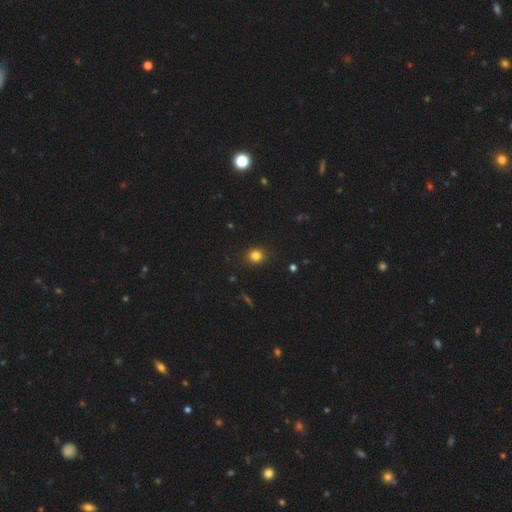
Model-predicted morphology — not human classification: smooth 82%, star or artifact 13%, featured or disk 5%. Down the decision tree: how rounded — round (78%); merging — none (89%).